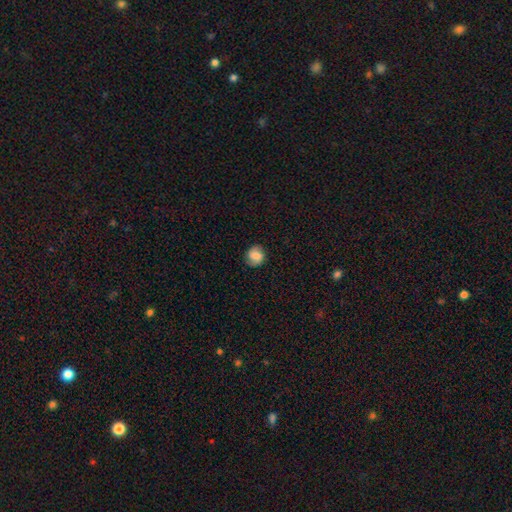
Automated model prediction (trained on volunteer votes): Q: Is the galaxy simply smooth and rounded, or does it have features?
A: smooth — 73%.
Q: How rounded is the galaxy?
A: round — 79%.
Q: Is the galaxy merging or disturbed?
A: none — 83%.